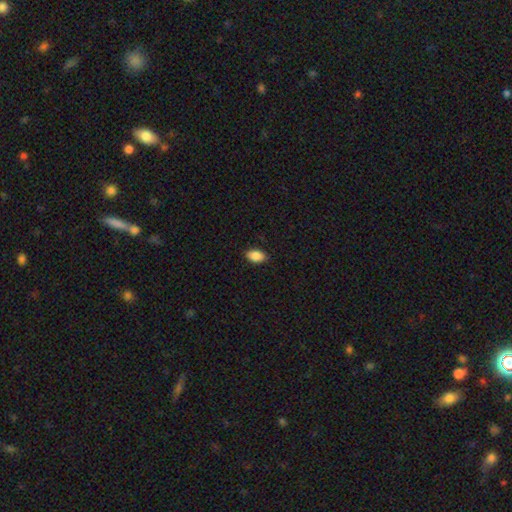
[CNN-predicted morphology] Smooth or featured?
  - smooth: 89% *
  - star or artifact: 7%
  - featured or disk: 4%
How rounded?
  - in between: 92% *
  - round: 6%
  - cigar-shaped: 2%
Merging?
  - none: 88% *
  - minor disturbance: 9%
  - major disturbance: 2%
  - merger: 1%